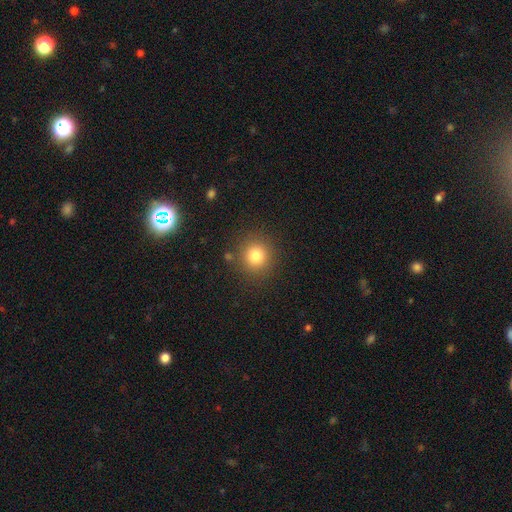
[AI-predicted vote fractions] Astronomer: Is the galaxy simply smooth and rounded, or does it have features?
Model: smooth — 79%.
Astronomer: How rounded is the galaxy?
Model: round — 92%.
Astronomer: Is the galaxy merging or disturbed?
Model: none — 87%.